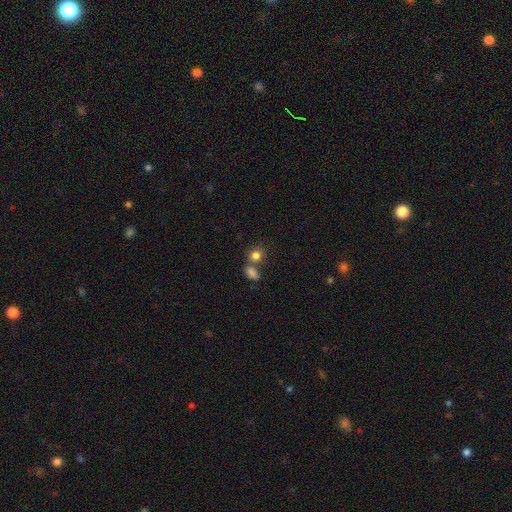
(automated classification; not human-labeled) A smooth galaxy with no disk features (82%) that is round (65%).

Vote fractions:
- Smooth or featured? smooth: 82% / star or artifact: 11% / featured or disk: 7%
- How rounded? round: 65% / in between: 33% / cigar-shaped: 1%
- Merging? none: 51% / merger: 34% / minor disturbance: 10% / major disturbance: 4%